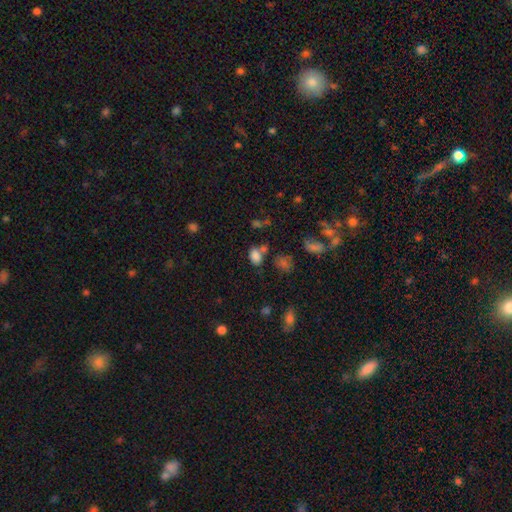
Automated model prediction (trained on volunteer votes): Smooth or featured? smooth (80%)
How rounded? in between (81%)
Merging? none (55%)